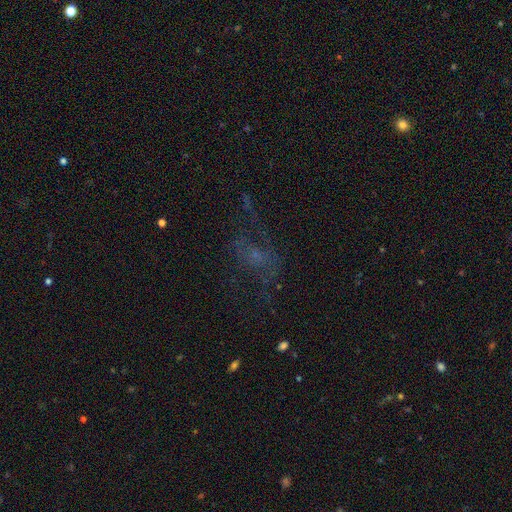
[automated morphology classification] A featured or disk galaxy (45%). Merging: none (43%).